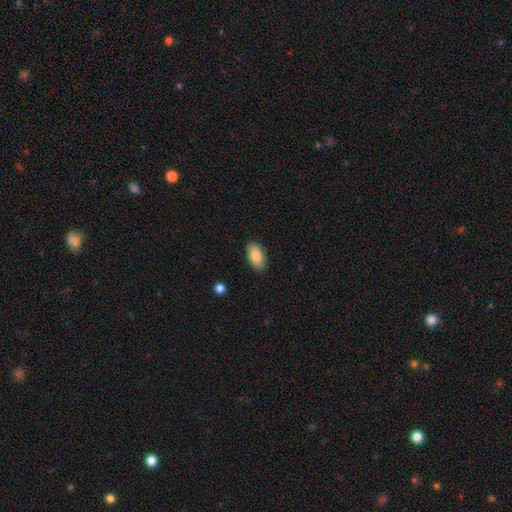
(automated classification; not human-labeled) Smooth or featured? smooth (85%)
How rounded? in between (94%)
Merging? none (86%)